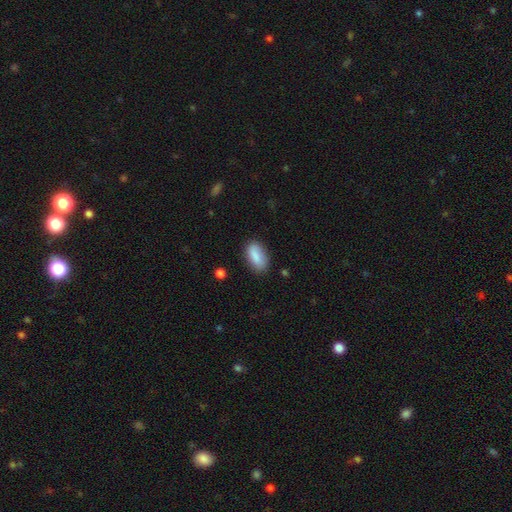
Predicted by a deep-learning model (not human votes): A smooth galaxy with no disk features (87%) that is in between round and cigar-shaped (91%). Merging: none (79%).